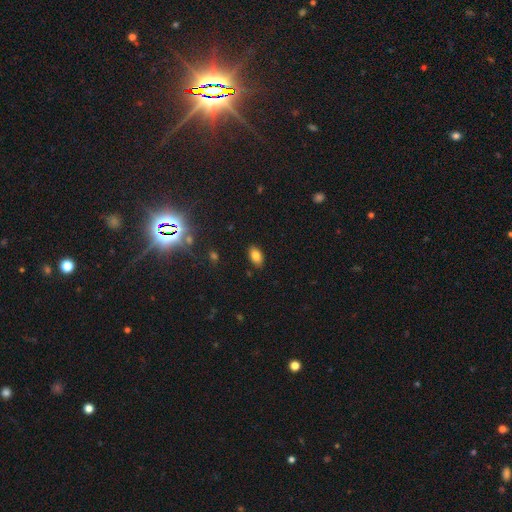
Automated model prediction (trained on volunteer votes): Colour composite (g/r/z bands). It shows a smooth galaxy with no disk features (82%) that is in between round and cigar-shaped (90%). Merging: none (87%).